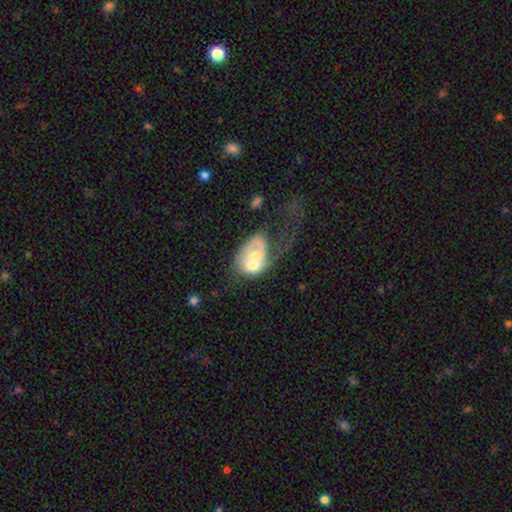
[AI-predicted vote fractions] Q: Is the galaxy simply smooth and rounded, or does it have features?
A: featured or disk — 56%.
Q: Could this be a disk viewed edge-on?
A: no — 97%.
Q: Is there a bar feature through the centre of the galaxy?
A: no — 78%.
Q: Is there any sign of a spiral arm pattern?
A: no — 53%.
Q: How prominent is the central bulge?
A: moderate — 59%.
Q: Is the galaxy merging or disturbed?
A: merger — 61%.